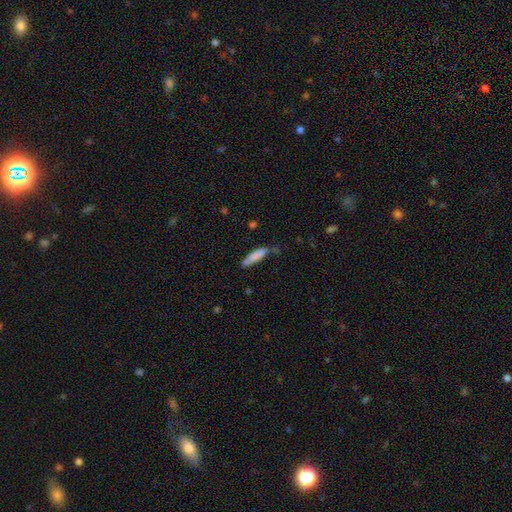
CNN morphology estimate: The model was most divided on "merging": none: 65%, minor disturbance: 25%, major disturbance: 5%, merger: 5%. More confident: smooth or featured — smooth (82%); how rounded — cigar-shaped (78%).